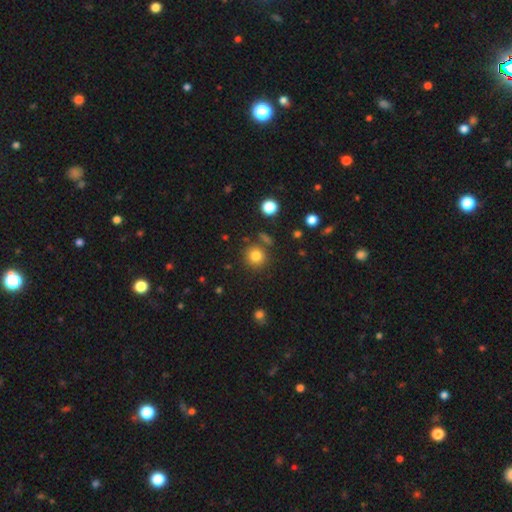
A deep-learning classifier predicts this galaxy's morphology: Overall: smooth (81%). How rounded: round (91%). Merging: none (82%).